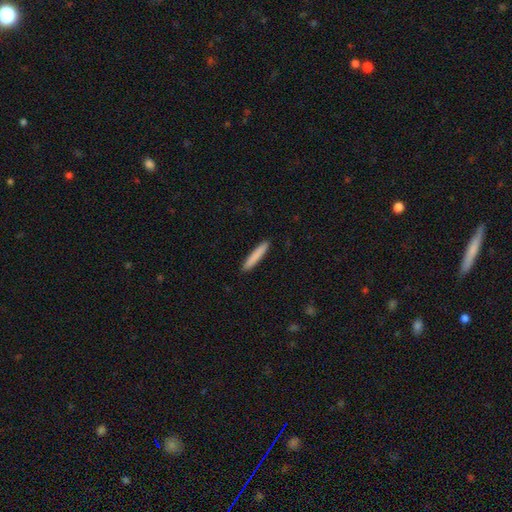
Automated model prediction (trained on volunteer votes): smooth 84%, featured or disk 11%, star or artifact 6%. Down the decision tree: how rounded — cigar-shaped (95%); merging — none (92%).